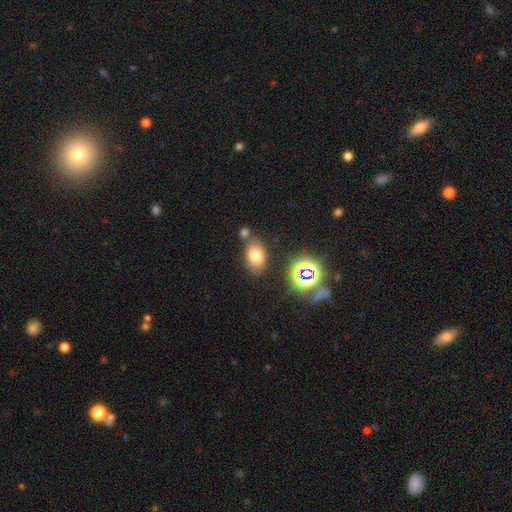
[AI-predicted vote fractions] Morphology: type=smooth (74%); roundness=in between (83%); merging=none (74%).